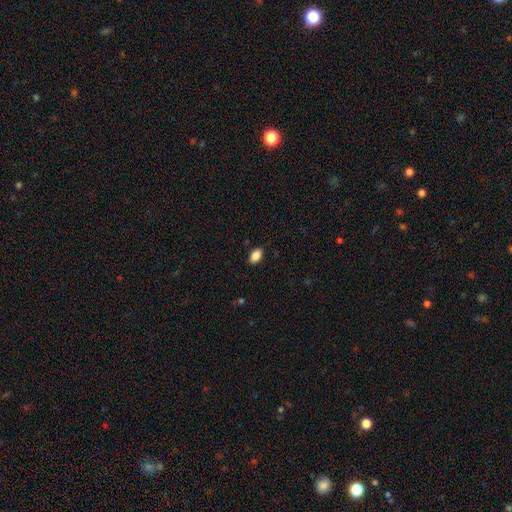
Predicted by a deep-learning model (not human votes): smooth-or-featured: smooth: 88% | star or artifact: 8% | featured or disk: 4%
  how-rounded: in between: 92% | round: 6% | cigar-shaped: 2%
  merging: none: 88% | minor disturbance: 9% | major disturbance: 2% | merger: 1%